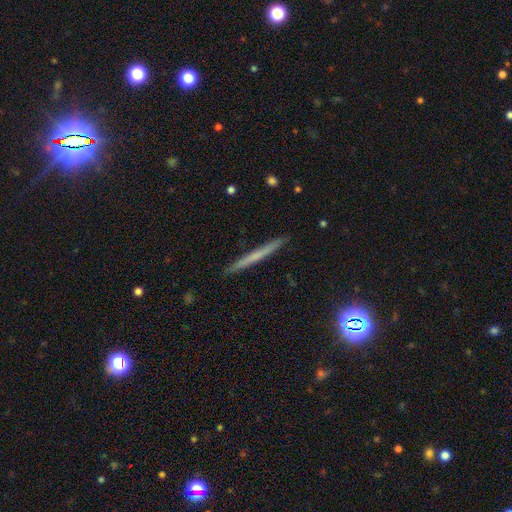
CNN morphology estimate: smooth-or-featured: smooth: 48% | featured or disk: 43% | star or artifact: 9%
  merging: none: 92% | minor disturbance: 6% | major disturbance: 1% | merger: 1%